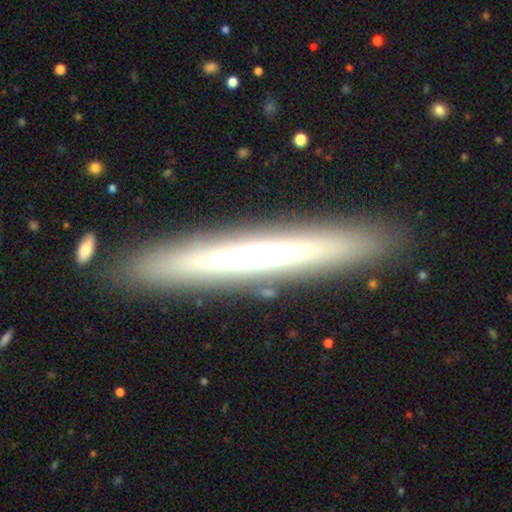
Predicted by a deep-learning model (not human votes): Overall: featured or disk (58%; smooth 33%). Edge-on disk: yes (92%). Edge-on bulge: none (60%; rounded 27%). Merging: none (89%).